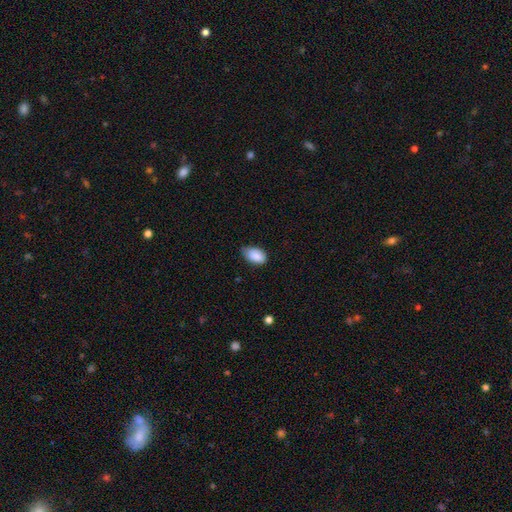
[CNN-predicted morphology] Q: Smooth or featured?
A: smooth (88%); runner-up: star or artifact (7%)
Q: How rounded?
A: in between (92%); runner-up: round (6%)
Q: Merging?
A: none (59%); runner-up: minor disturbance (35%)